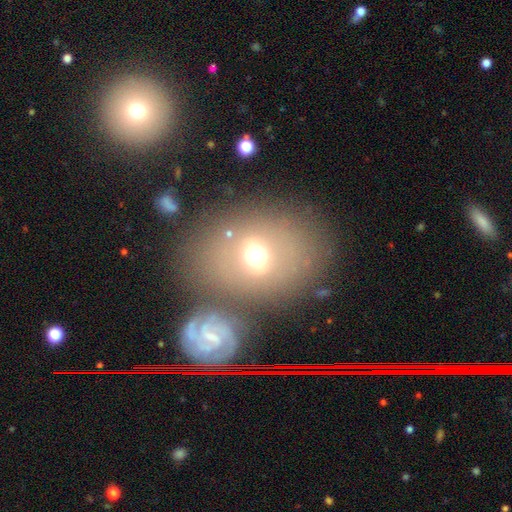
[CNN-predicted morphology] smooth_or_featured: smooth (p=0.60) [alt: featured or disk p=0.24]
how_rounded: in between (p=0.54) [alt: round p=0.44]
merging: none (p=0.61) [alt: merger p=0.19]